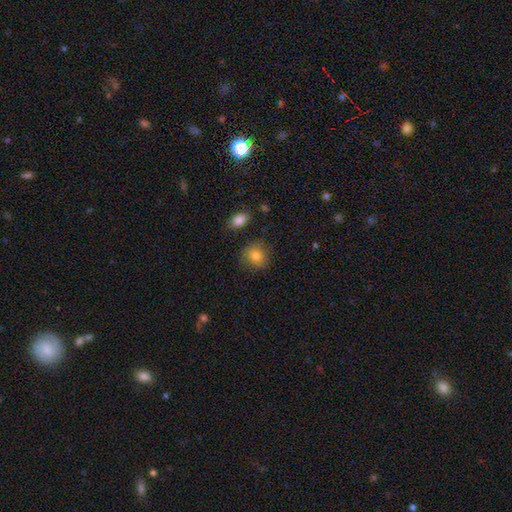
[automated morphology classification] This appears to be a smooth galaxy with no disk features (83%) that is round (76%). Merging: none (79%).